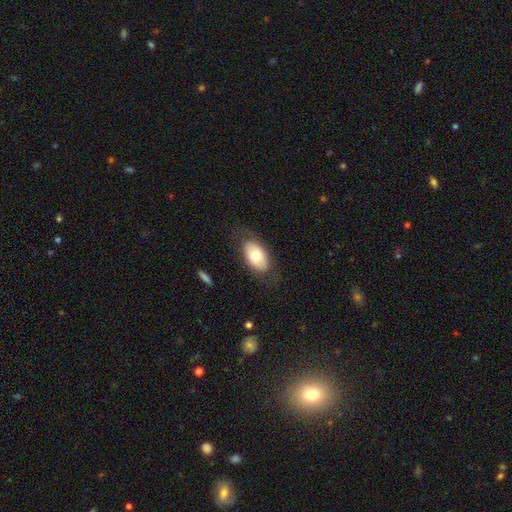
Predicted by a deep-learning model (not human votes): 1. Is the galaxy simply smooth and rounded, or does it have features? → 71% smooth, 23% featured or disk, 6% star or artifact.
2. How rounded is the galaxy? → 93% in between, 5% round, 2% cigar-shaped.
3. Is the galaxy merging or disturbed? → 73% none, 17% minor disturbance, 9% major disturbance, 1% merger.